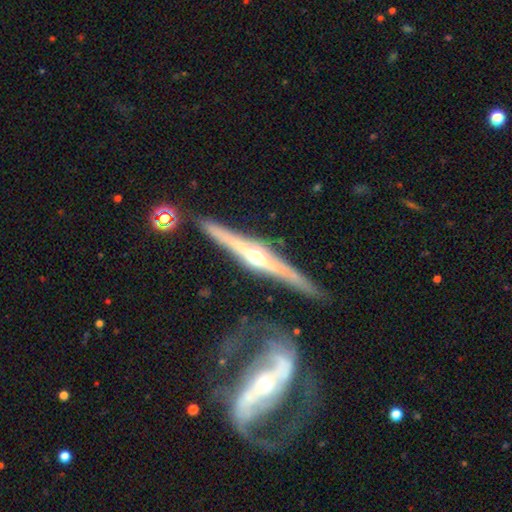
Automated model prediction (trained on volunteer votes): The model was most divided on "merging": none: 77%, minor disturbance: 14%, merger: 5%, major disturbance: 4%. More confident: edge-on disk — yes (96%); edge-on bulge — rounded (90%); smooth or featured — featured or disk (81%).